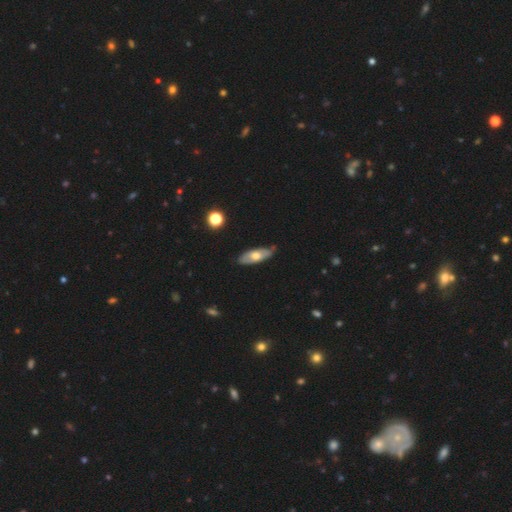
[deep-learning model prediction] Smooth or featured? Predicted: smooth (p=0.50). How rounded? Predicted: in between (p=0.73). Merging? Predicted: none (p=0.76).